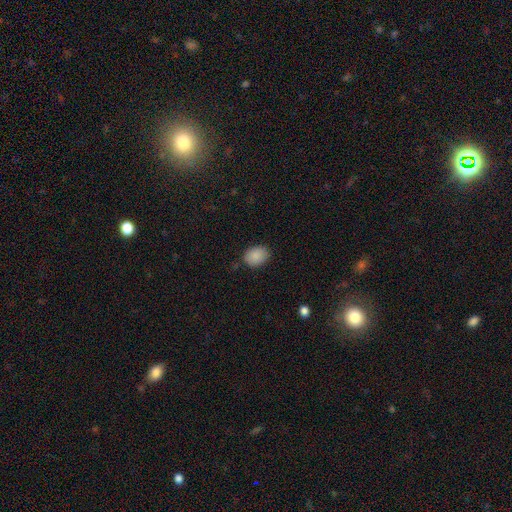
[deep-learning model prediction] Smooth or featured? smooth (88%)
How rounded? in between (68%)
Merging? none (82%)